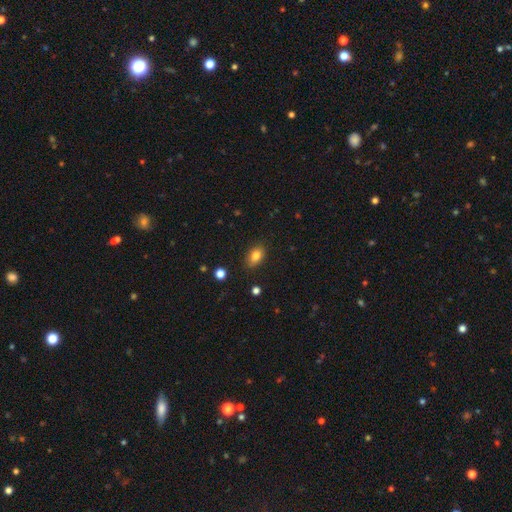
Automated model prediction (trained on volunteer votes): This is clearly a smooth galaxy (82%). How rounded: clearly in between (83%). Merging: clearly none (83%).